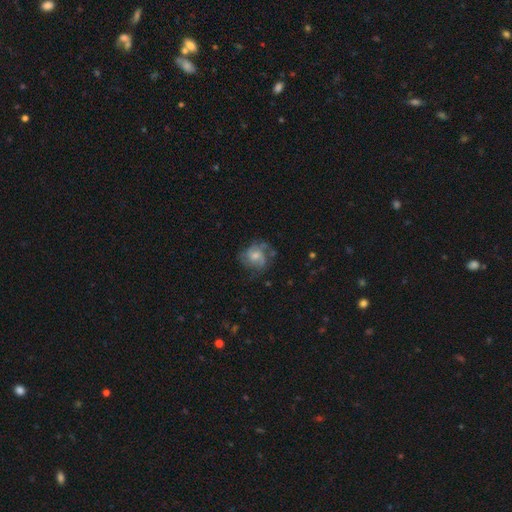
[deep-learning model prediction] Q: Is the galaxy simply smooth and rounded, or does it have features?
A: featured or disk — 58%.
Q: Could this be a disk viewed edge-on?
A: no — 98%.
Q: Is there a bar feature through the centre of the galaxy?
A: no — 69%.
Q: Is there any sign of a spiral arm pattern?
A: yes — 79%.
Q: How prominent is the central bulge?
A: moderate — 49%.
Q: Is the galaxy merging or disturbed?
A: none — 56%.